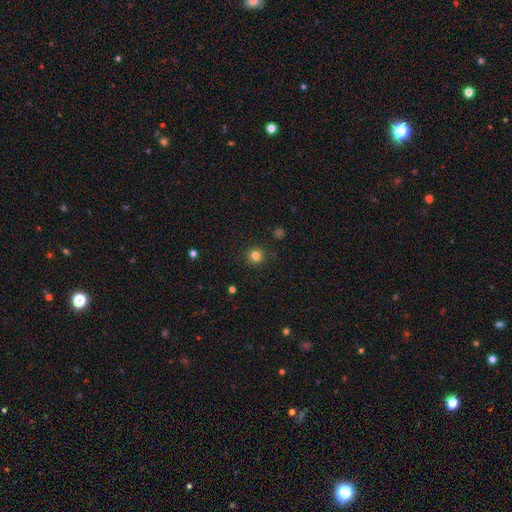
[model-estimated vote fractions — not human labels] A smooth galaxy with no disk features (81%) that is round (94%). Merging: none (90%).